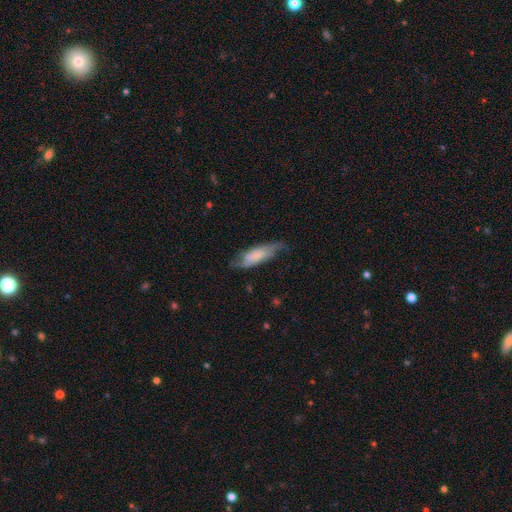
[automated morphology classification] Smooth or featured? Predicted: featured or disk (p=0.50). Merging? Predicted: none (p=0.57).